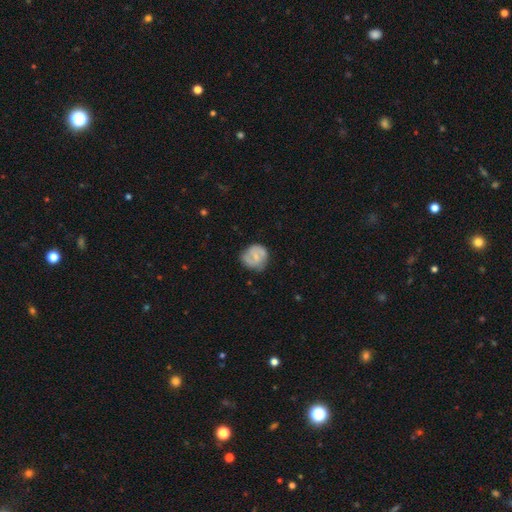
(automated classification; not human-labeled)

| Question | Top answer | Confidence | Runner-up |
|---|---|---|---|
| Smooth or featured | smooth | 49% | featured or disk (44%) |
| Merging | none | 68% | minor disturbance (24%) |